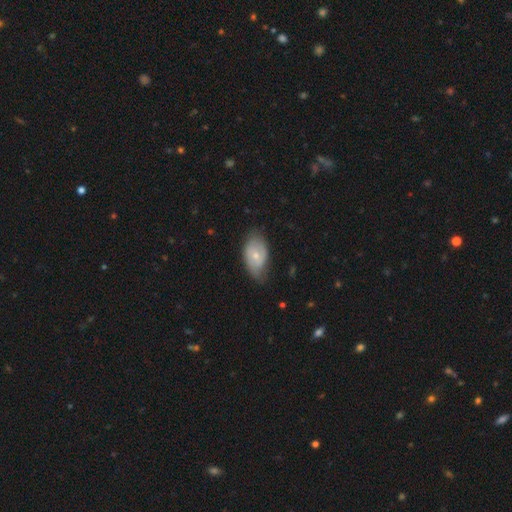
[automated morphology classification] Smooth or featured?
  - smooth: 50% *
  - featured or disk: 43%
  - star or artifact: 6%
How rounded?
  - in between: 90% *
  - round: 8%
  - cigar-shaped: 2%
Merging?
  - none: 59% *
  - minor disturbance: 31%
  - major disturbance: 8%
  - merger: 1%